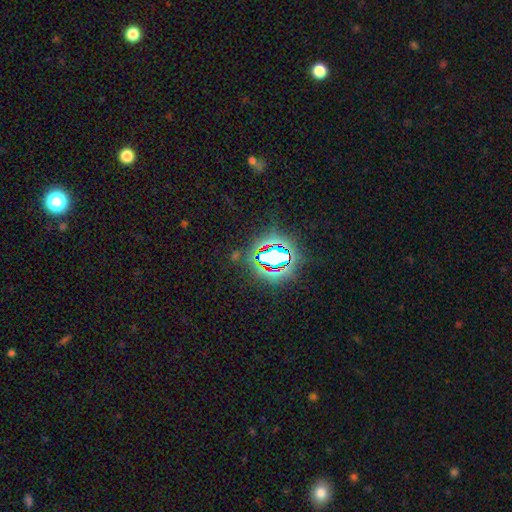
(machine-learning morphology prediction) type=star or artifact (82%).